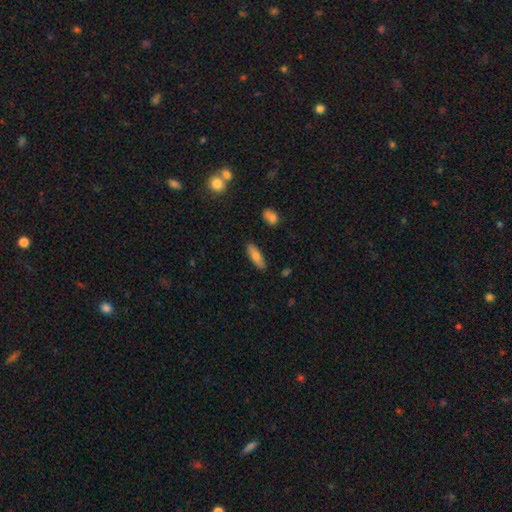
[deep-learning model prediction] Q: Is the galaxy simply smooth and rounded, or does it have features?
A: smooth — 73%.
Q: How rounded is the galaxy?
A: cigar-shaped — 51%.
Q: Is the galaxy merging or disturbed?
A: none — 86%.